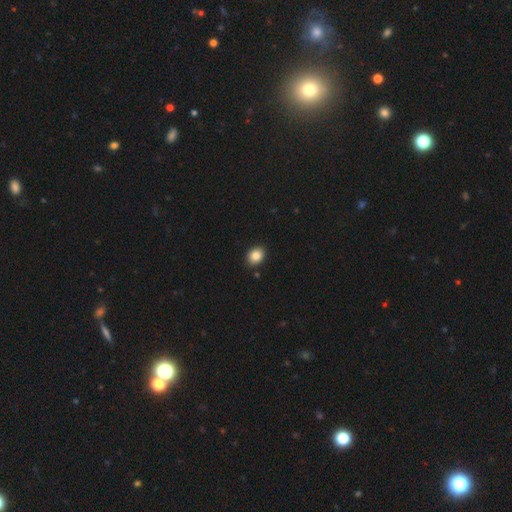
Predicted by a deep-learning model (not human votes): The model was most divided on "how rounded": in between: 63%, round: 36%, cigar-shaped: 1%. More confident: merging — none (89%); smooth or featured — smooth (86%).